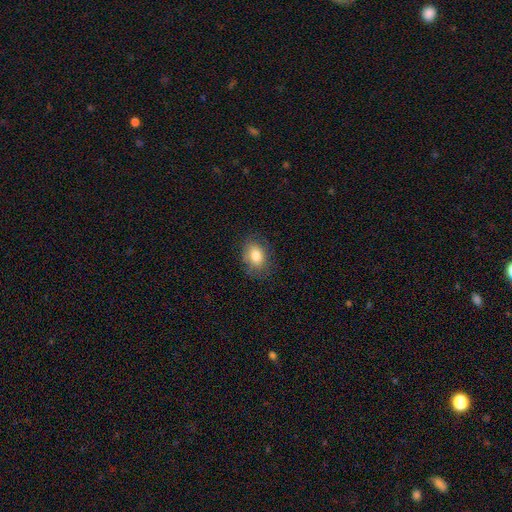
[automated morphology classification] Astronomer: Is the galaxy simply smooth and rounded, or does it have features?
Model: smooth — 79%.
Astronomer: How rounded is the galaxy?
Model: in between — 75%.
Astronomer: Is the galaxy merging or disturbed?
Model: none — 79%.